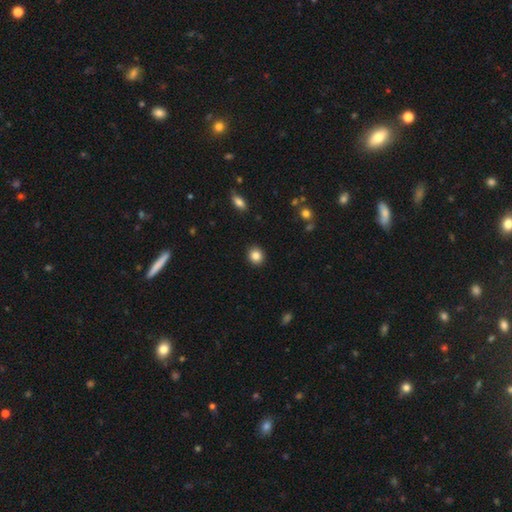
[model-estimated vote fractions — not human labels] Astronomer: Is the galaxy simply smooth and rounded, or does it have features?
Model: smooth — 85%.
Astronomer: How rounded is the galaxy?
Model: round — 82%.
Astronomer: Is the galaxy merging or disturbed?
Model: none — 92%.